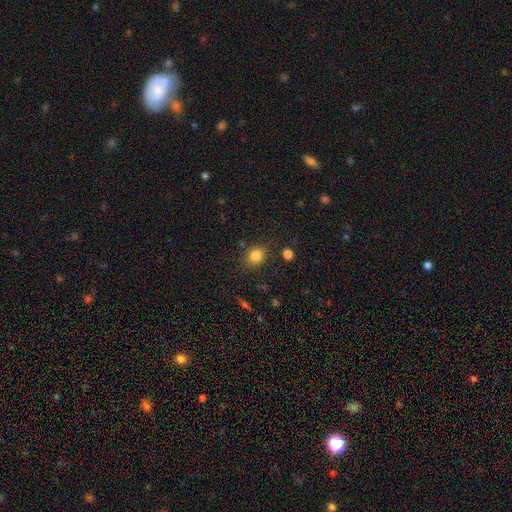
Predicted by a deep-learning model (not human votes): This appears to be a smooth galaxy with no disk features (83%) that is round (70%). Merging: none (80%).